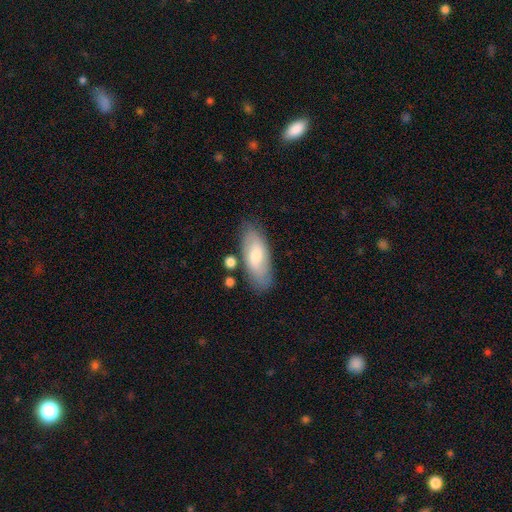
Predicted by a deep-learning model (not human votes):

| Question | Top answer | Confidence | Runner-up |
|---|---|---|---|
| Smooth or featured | smooth | 64% | featured or disk (30%) |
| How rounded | in between | 80% | cigar-shaped (17%) |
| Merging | none | 77% | minor disturbance (15%) |